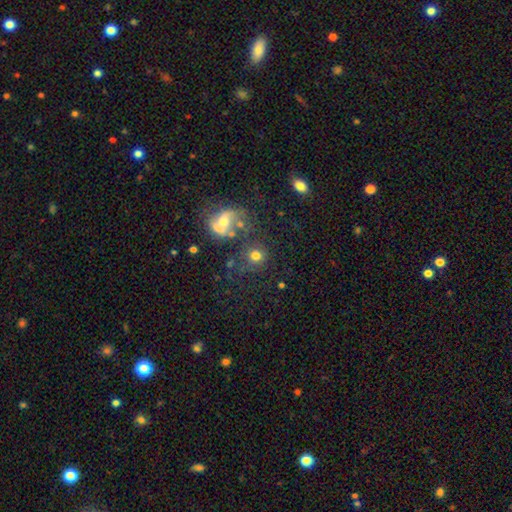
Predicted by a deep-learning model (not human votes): The model was most divided on "merging": none: 64%, merger: 16%, minor disturbance: 12%, major disturbance: 8%. More confident: how rounded — round (86%); smooth or featured — smooth (70%).